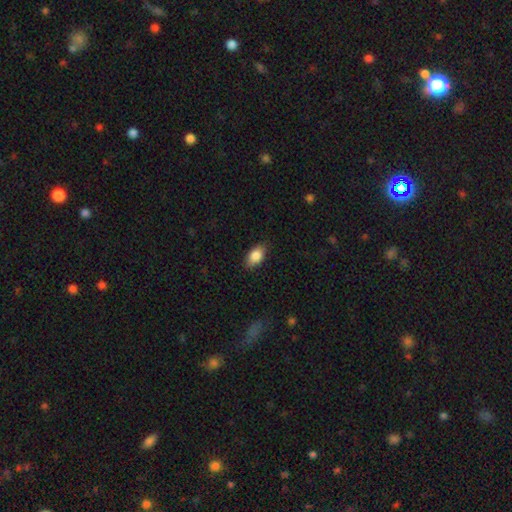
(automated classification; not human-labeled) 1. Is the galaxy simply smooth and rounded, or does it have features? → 86% smooth, 7% featured or disk, 7% star or artifact.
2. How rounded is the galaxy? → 89% in between, 8% round, 3% cigar-shaped.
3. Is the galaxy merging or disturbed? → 84% none, 12% minor disturbance, 3% major disturbance, 1% merger.